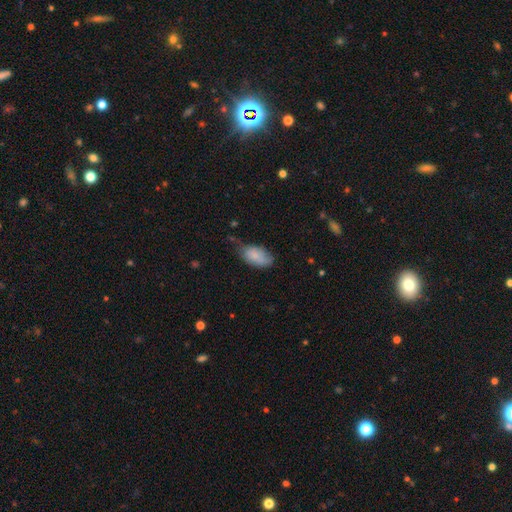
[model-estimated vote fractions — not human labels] A smooth galaxy with no disk features (82%) that is in between round and cigar-shaped (94%). Merging: none (47%).